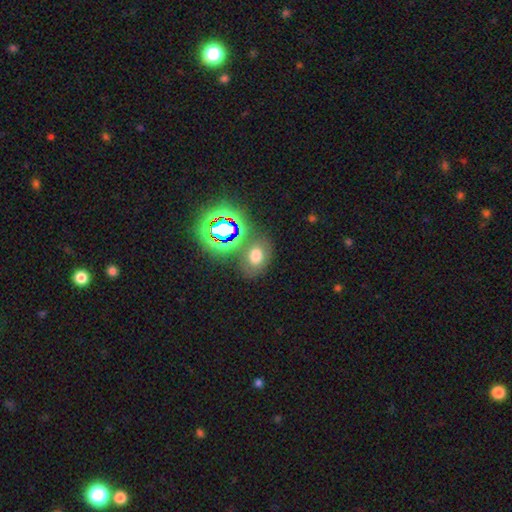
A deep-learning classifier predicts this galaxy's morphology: smooth 59%, star or artifact 26%, featured or disk 14%. Down the decision tree: how rounded — in between (66%); merging — none (71%).